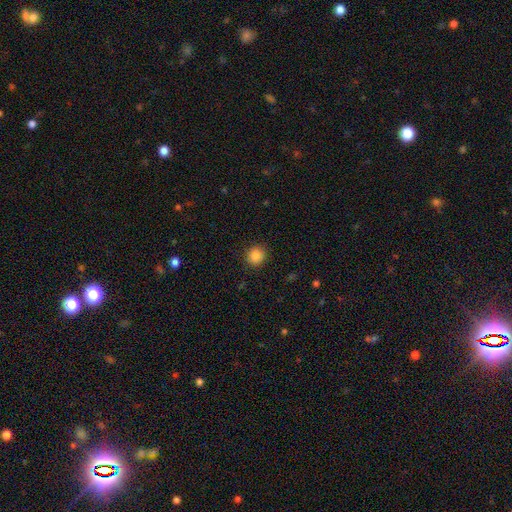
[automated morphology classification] A smooth galaxy with no disk features (86%) that is round (88%).

Vote fractions:
- Smooth or featured? smooth: 86% / star or artifact: 10% / featured or disk: 3%
- How rounded? round: 88% / in between: 11% / cigar-shaped: 1%
- Merging? none: 89% / minor disturbance: 8% / major disturbance: 2% / merger: 1%